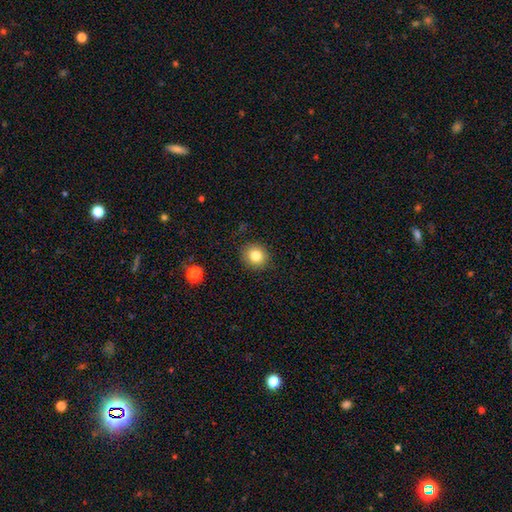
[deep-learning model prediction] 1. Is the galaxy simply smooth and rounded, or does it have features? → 82% smooth, 10% star or artifact, 8% featured or disk.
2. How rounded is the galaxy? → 84% round, 15% in between, 1% cigar-shaped.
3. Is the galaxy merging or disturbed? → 87% none, 9% minor disturbance, 3% major disturbance, 1% merger.